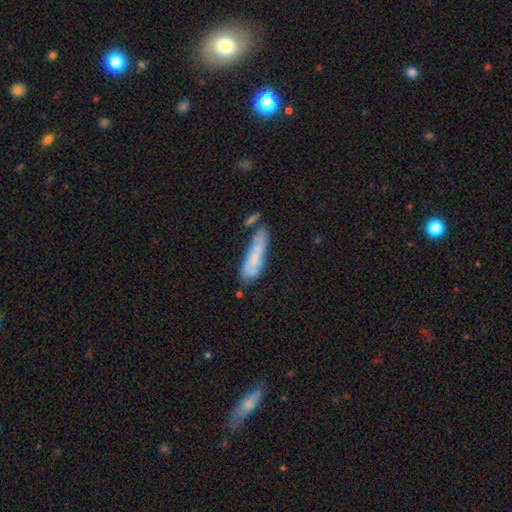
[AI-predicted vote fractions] Q: Smooth or featured?
A: smooth (59%); runner-up: featured or disk (33%)
Q: How rounded?
A: cigar-shaped (66%); runner-up: in between (32%)
Q: Merging?
A: none (46%); runner-up: minor disturbance (26%)